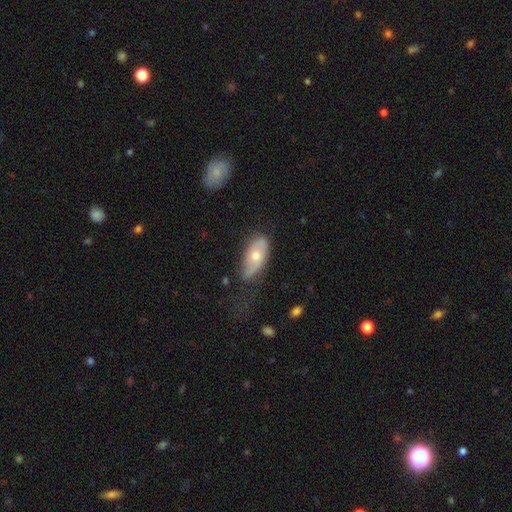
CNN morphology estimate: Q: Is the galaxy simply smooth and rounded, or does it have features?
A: smooth — 55%.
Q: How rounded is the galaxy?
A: in between — 88%.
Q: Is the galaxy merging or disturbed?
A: none — 50%.